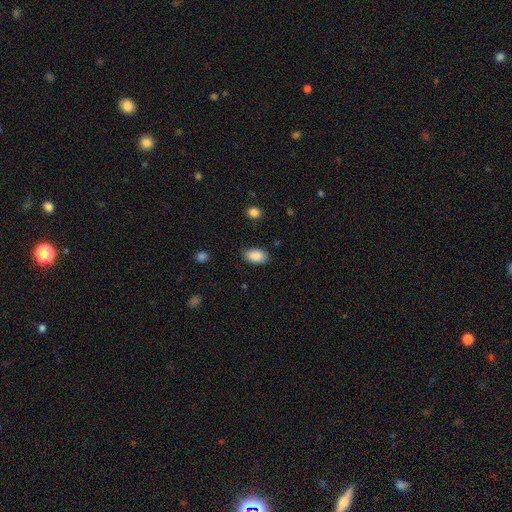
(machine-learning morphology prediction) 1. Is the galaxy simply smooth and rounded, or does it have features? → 89% smooth, 7% star or artifact, 4% featured or disk.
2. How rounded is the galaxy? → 93% in between, 6% round, 2% cigar-shaped.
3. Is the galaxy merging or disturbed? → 81% none, 14% minor disturbance, 3% major disturbance, 1% merger.